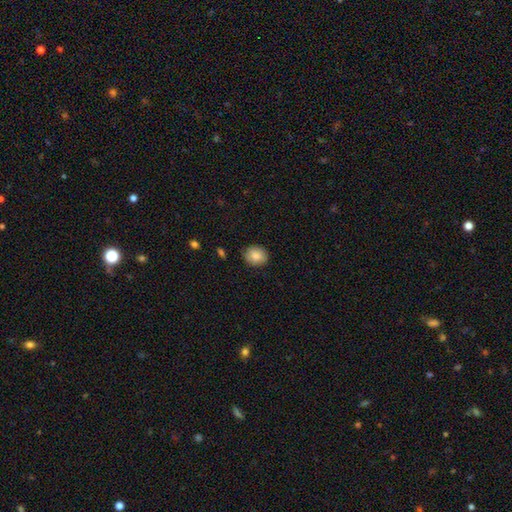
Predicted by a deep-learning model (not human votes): The model was most divided on "how rounded": round: 69%, in between: 30%, cigar-shaped: 1%. More confident: smooth or featured — smooth (86%); merging — none (86%).